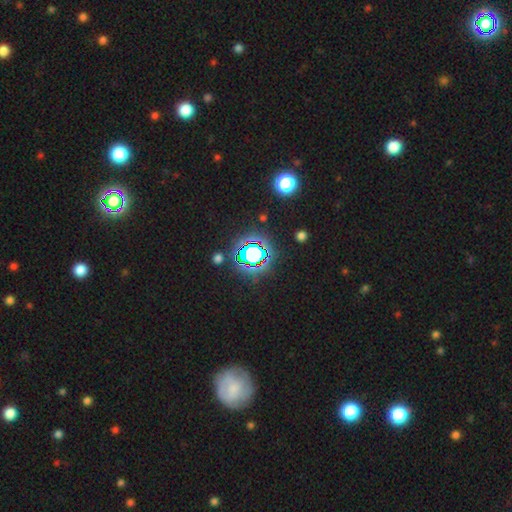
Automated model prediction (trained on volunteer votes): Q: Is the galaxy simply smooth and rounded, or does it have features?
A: star or artifact — 70%.